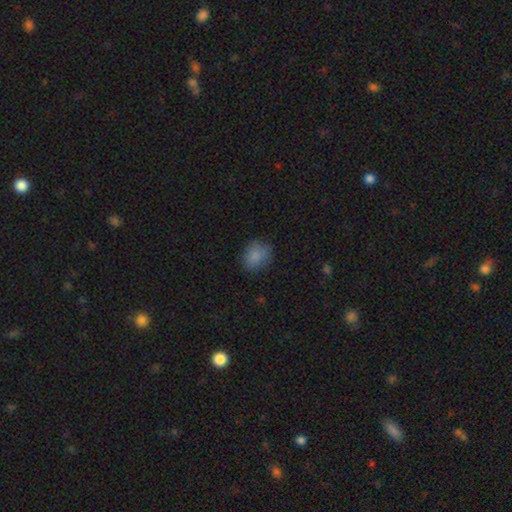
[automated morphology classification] Smooth or featured?
  - smooth: 84% *
  - star or artifact: 10%
  - featured or disk: 6%
How rounded?
  - round: 56% *
  - in between: 43%
  - cigar-shaped: 1%
Merging?
  - none: 78% *
  - minor disturbance: 16%
  - major disturbance: 4%
  - merger: 1%